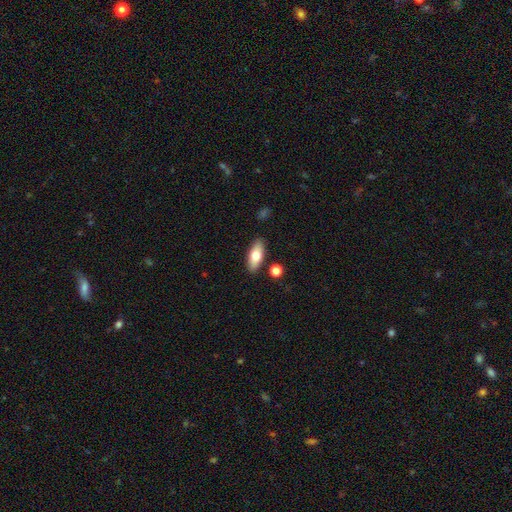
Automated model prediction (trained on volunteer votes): smooth 72%, featured or disk 21%, star or artifact 7%. Down the decision tree: how rounded — in between (77%); merging — none (86%).